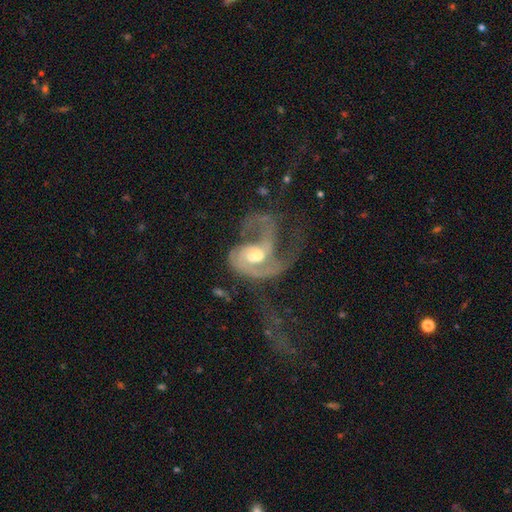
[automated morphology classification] A featured or disk galaxy (80%) with no bar (58%), 2 (39%) medium (41%) spiral arms (83%) and a moderate central bulge (65%). Merging: major disturbance (51%).